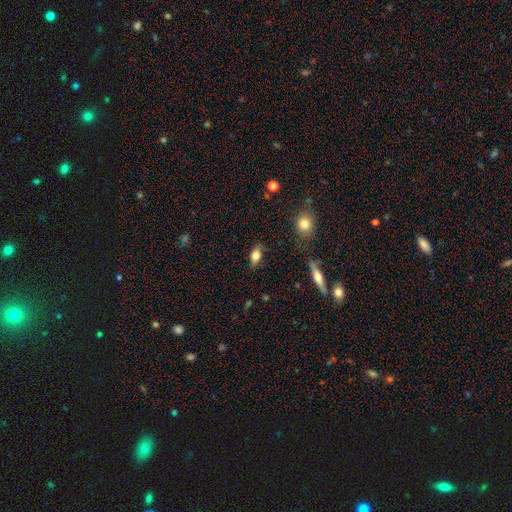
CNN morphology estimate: Smooth or featured? smooth (74%)
How rounded? in between (83%)
Merging? none (80%)